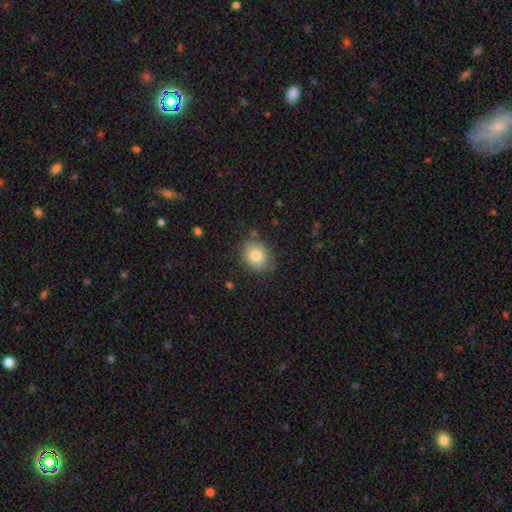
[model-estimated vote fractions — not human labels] smooth 80%, featured or disk 11%, star or artifact 8%. Down the decision tree: how rounded — in between (52%); merging — none (76%).